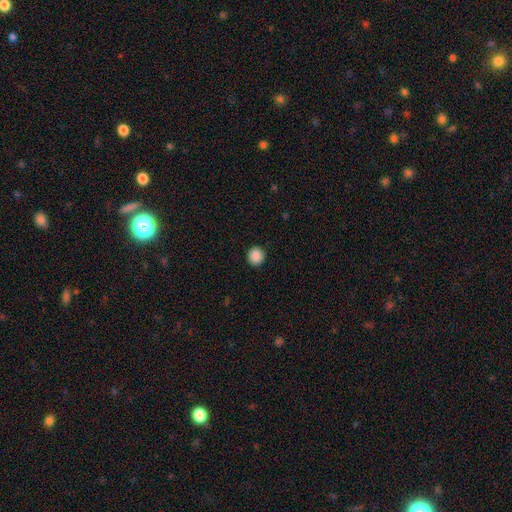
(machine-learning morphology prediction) Q: Smooth or featured?
A: smooth (88%); runner-up: star or artifact (9%)
Q: How rounded?
A: round (91%); runner-up: in between (8%)
Q: Merging?
A: none (92%); runner-up: minor disturbance (5%)